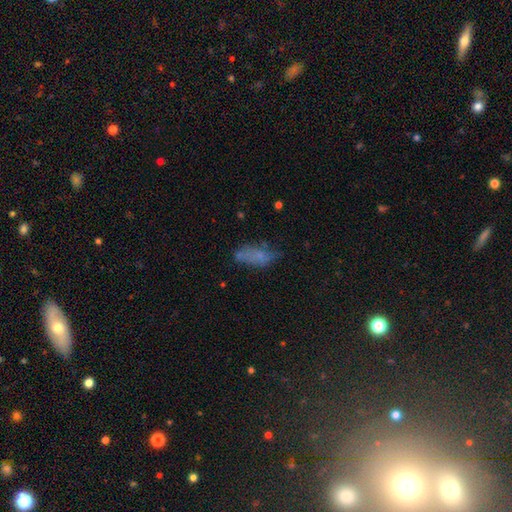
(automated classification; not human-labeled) Q: Smooth or featured?
A: smooth (61%); runner-up: featured or disk (24%)
Q: How rounded?
A: in between (73%); runner-up: cigar-shaped (24%)
Q: Merging?
A: none (49%); runner-up: minor disturbance (27%)